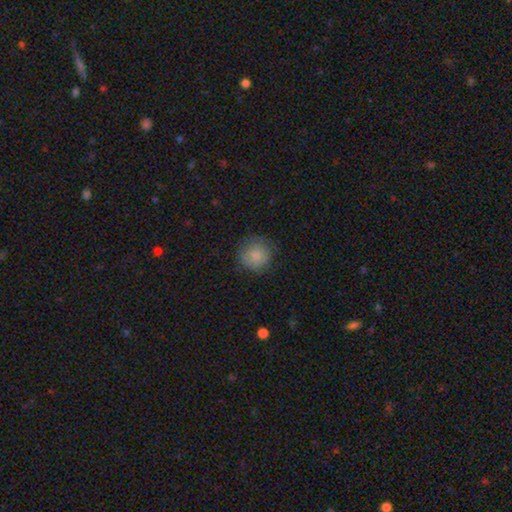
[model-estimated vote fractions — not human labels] Smooth or featured? Predicted: smooth (p=0.80). How rounded? Predicted: round (p=0.91). Merging? Predicted: none (p=0.75).